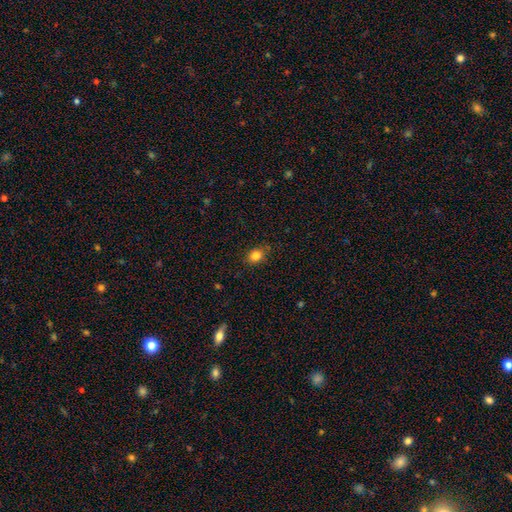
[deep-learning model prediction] This is clearly a smooth galaxy (83%). How rounded: possibly round (52%). Merging: clearly none (83%).